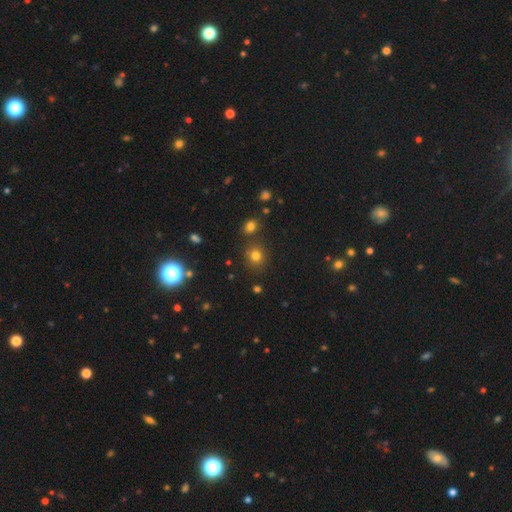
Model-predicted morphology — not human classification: A smooth galaxy with no disk features (76%) that is round (82%). Merging: none (80%).